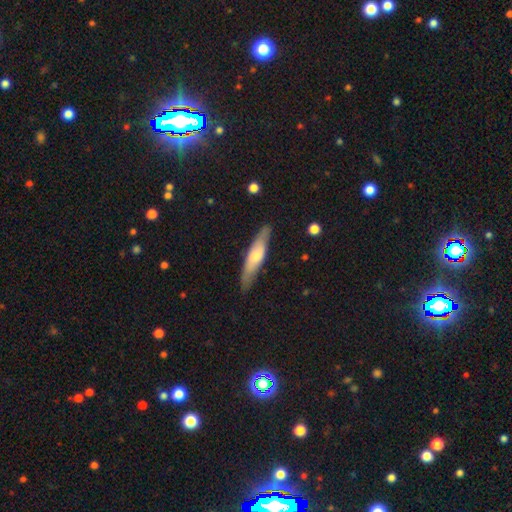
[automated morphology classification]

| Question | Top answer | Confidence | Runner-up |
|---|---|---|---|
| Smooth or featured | smooth | 54% | featured or disk (41%) |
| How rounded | cigar-shaped | 76% | in between (23%) |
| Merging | none | 84% | minor disturbance (12%) |